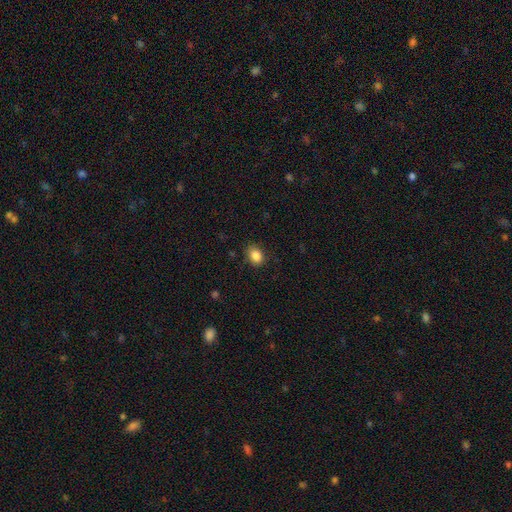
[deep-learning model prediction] A smooth galaxy with no disk features (86%) that is in between round and cigar-shaped (61%). Merging: none (81%).